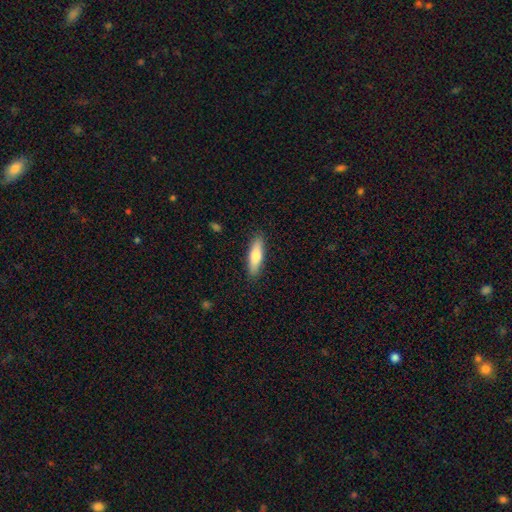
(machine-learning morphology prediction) Q: Smooth or featured?
A: smooth (74%); runner-up: featured or disk (20%)
Q: How rounded?
A: cigar-shaped (63%); runner-up: in between (35%)
Q: Merging?
A: none (88%); runner-up: minor disturbance (9%)